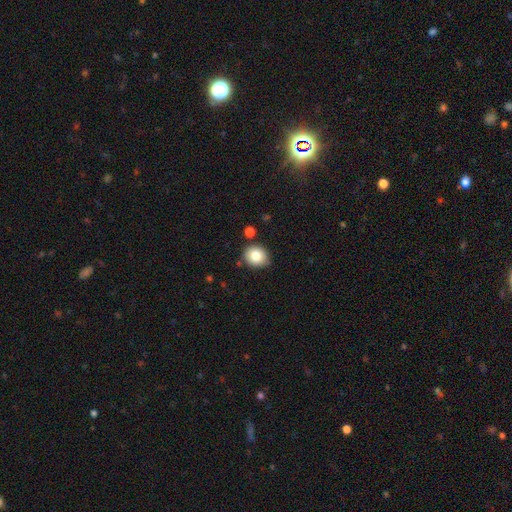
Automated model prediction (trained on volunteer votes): Smooth or featured: smooth — 81% (star or artifact — 9%)
How rounded: round — 71% (in between — 28%)
Merging: none — 80% (minor disturbance — 13%)